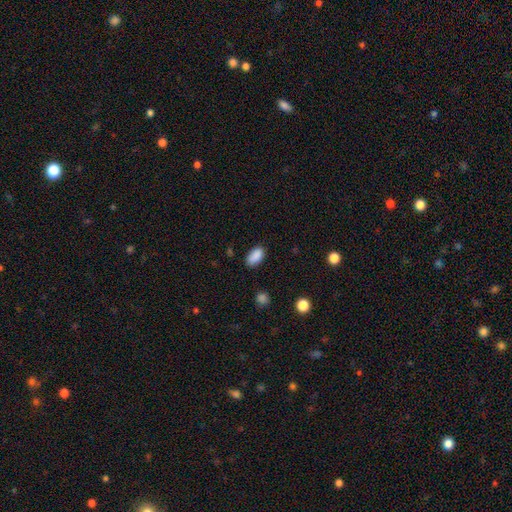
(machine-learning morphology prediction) Smooth or featured? Predicted: smooth (p=0.88). How rounded? Predicted: in between (p=0.92). Merging? Predicted: none (p=0.77).